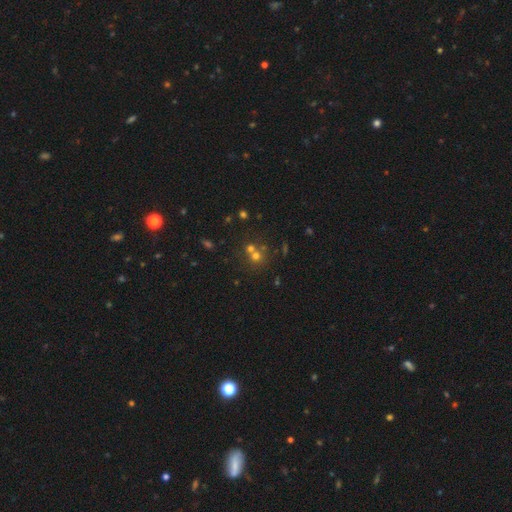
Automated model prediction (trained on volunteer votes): Smooth or featured?
  - smooth: 59% *
  - star or artifact: 24%
  - featured or disk: 16%
How rounded?
  - round: 86% *
  - in between: 13%
  - cigar-shaped: 1%
Merging?
  - none: 49% *
  - merger: 40%
  - minor disturbance: 7%
  - major disturbance: 3%